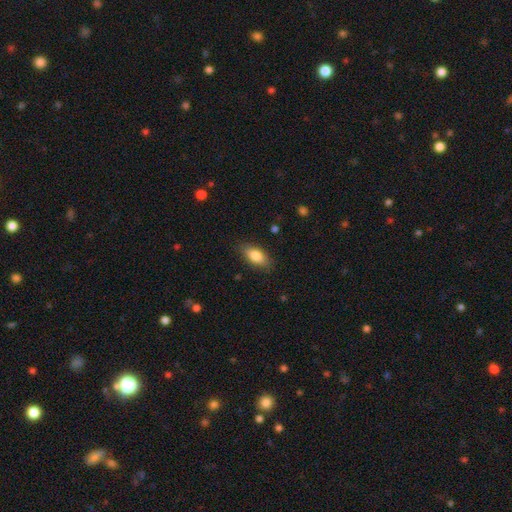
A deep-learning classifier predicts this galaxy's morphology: Smooth or featured: smooth — 81% (featured or disk — 12%)
How rounded: in between — 86% (cigar-shaped — 9%)
Merging: none — 84% (minor disturbance — 12%)